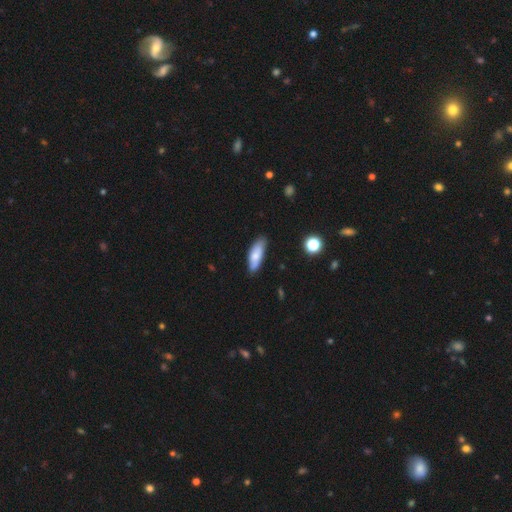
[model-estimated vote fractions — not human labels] A smooth galaxy with no disk features (73%) that is in between round and cigar-shaped (65%). Merging: none (74%).